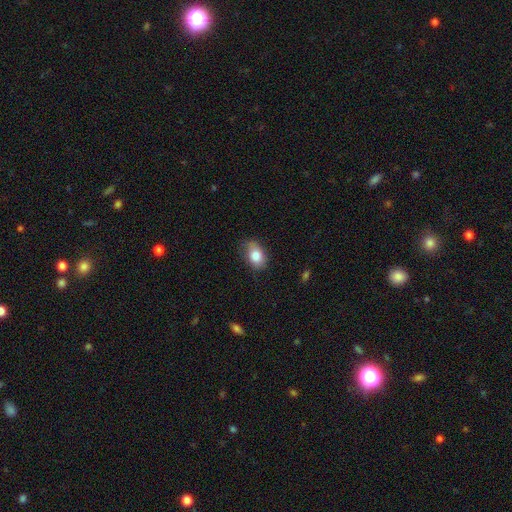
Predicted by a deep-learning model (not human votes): This is clearly a smooth galaxy (82%). How rounded: likely in between (79%). Merging: likely none (65%).